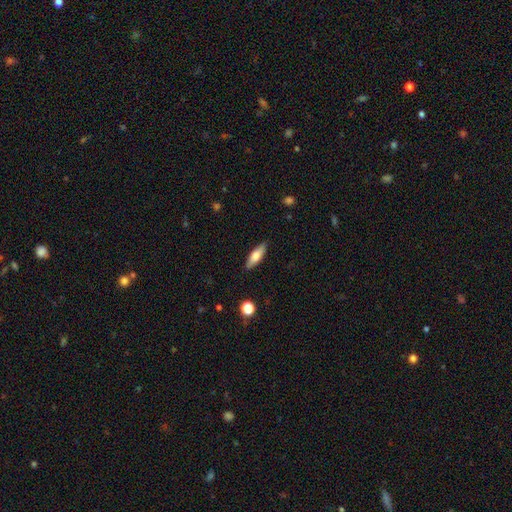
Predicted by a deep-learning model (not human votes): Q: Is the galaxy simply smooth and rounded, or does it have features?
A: smooth — 68%.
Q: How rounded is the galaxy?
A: in between — 50%.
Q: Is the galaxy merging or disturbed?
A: none — 86%.